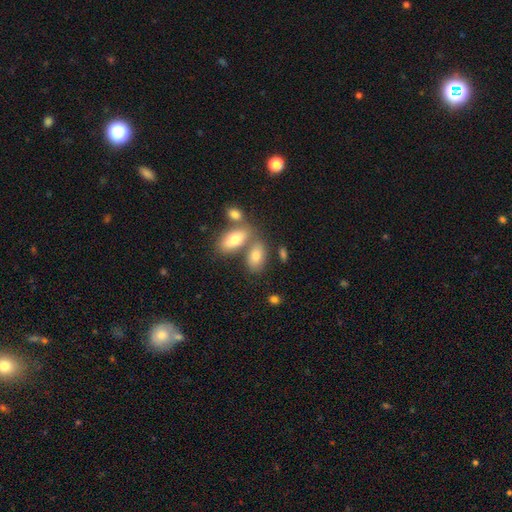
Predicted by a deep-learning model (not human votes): Smooth or featured?
  - smooth: 77% *
  - featured or disk: 15%
  - star or artifact: 8%
How rounded?
  - in between: 90% *
  - round: 6%
  - cigar-shaped: 4%
Merging?
  - none: 44% *
  - merger: 41%
  - minor disturbance: 10%
  - major disturbance: 4%